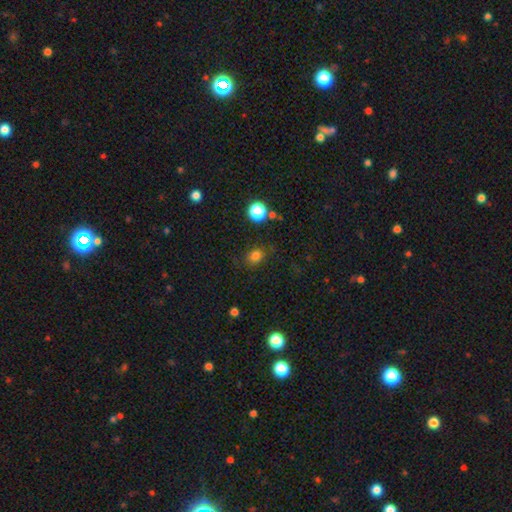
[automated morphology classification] Overall: smooth (78%). How rounded: round (53%; in between 46%). Merging: none (78%).